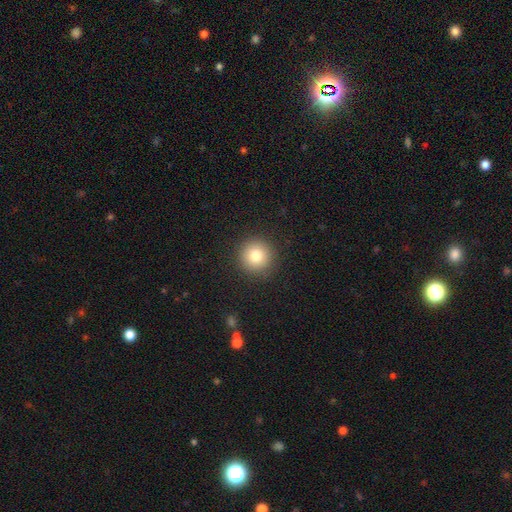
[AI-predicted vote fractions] Smooth or featured: smooth — 80% (star or artifact — 11%)
How rounded: round — 95% (in between — 4%)
Merging: none — 91% (minor disturbance — 6%)